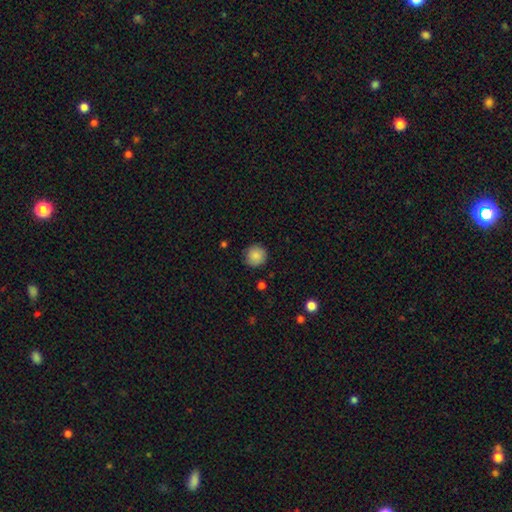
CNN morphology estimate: A smooth galaxy with no disk features (85%) that is round (94%). Merging: none (86%).